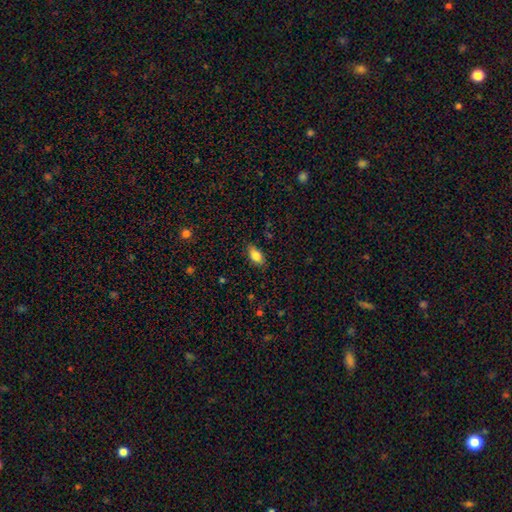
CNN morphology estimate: Smooth or featured: smooth — 82% (featured or disk — 10%)
How rounded: in between — 88% (cigar-shaped — 8%)
Merging: none — 85% (minor disturbance — 12%)